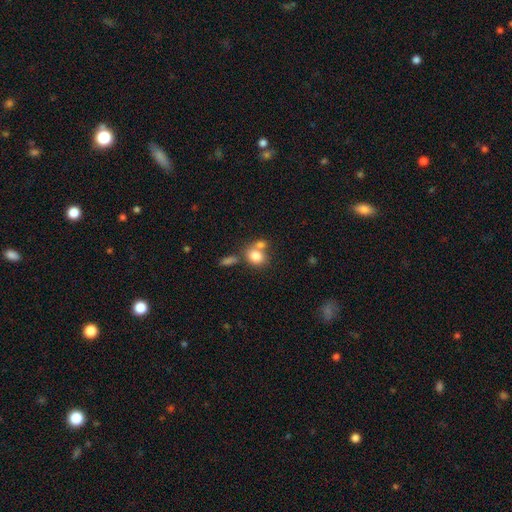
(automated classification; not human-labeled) Morphology: type=smooth (80%); roundness=round (58%); merging=merger (42%, tied with none).